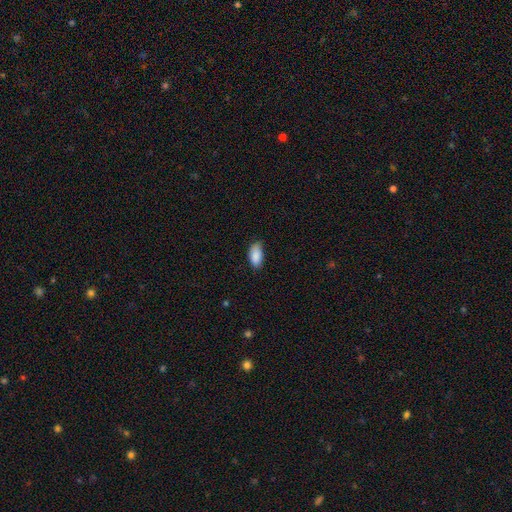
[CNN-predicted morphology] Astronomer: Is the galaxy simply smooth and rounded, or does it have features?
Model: smooth — 88%.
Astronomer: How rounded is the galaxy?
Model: in between — 93%.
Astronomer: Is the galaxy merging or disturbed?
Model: none — 69%.